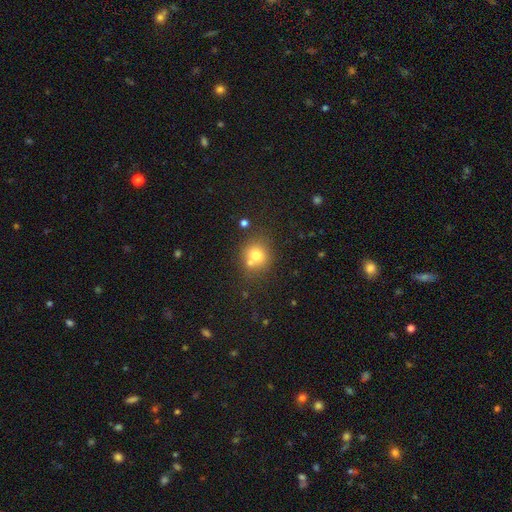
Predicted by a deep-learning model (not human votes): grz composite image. It shows a smooth galaxy with no disk features (73%) that is round (82%). Merging: none (60%).